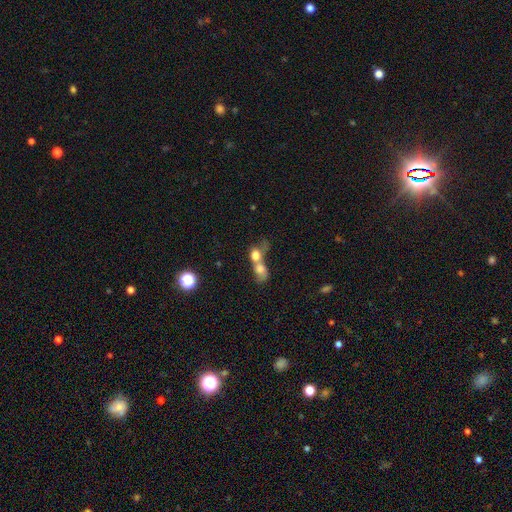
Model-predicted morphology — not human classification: A smooth galaxy with no disk features (69%) that is round (56%).

Vote fractions:
- Smooth or featured? smooth: 69% / featured or disk: 19% / star or artifact: 11%
- How rounded? round: 56% / in between: 41% / cigar-shaped: 3%
- Merging? merger: 79% / none: 11% / major disturbance: 6% / minor disturbance: 4%